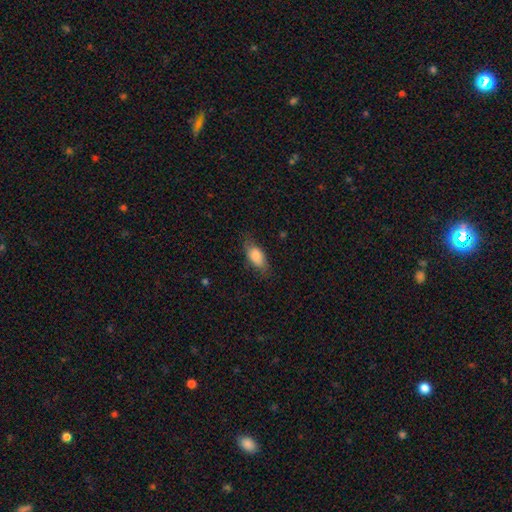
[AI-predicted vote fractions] smooth 80%, featured or disk 14%, star or artifact 7%. Down the decision tree: how rounded — in between (86%); merging — none (71%).